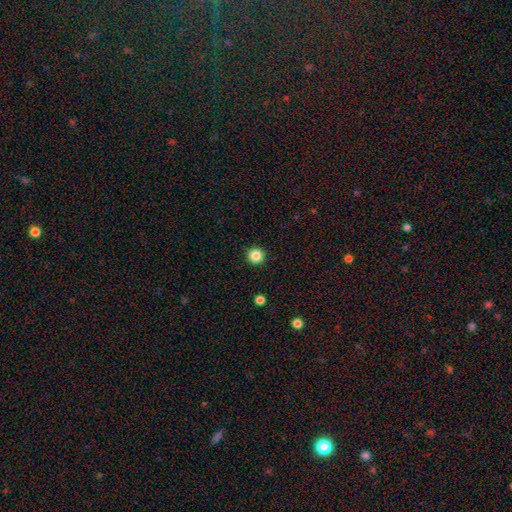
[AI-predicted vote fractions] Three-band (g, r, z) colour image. It shows a smooth galaxy with no disk features (85%) that is round (96%). Merging: none (93%).